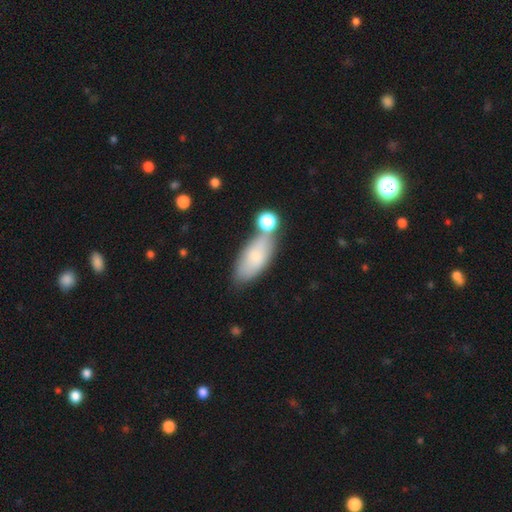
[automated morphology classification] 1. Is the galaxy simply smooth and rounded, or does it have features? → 76% smooth, 17% featured or disk, 7% star or artifact.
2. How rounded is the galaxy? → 84% in between, 14% cigar-shaped, 3% round.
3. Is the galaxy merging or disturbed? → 58% none, 19% minor disturbance, 17% merger, 6% major disturbance.